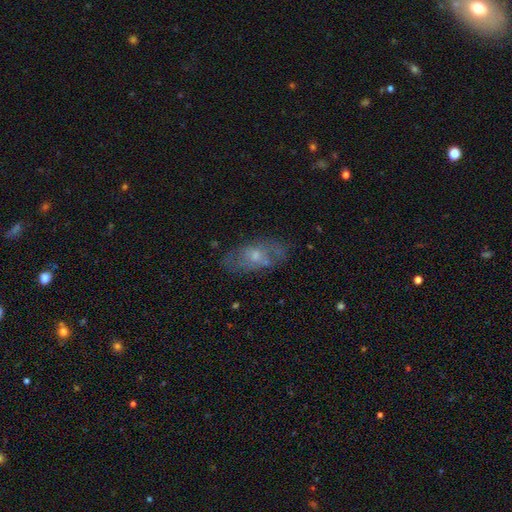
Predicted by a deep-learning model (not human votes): Smooth or featured: featured or disk — 54% (smooth — 37%)
Edge-on disk: no — 87% (yes — 13%)
Merging: none — 68% (minor disturbance — 20%)